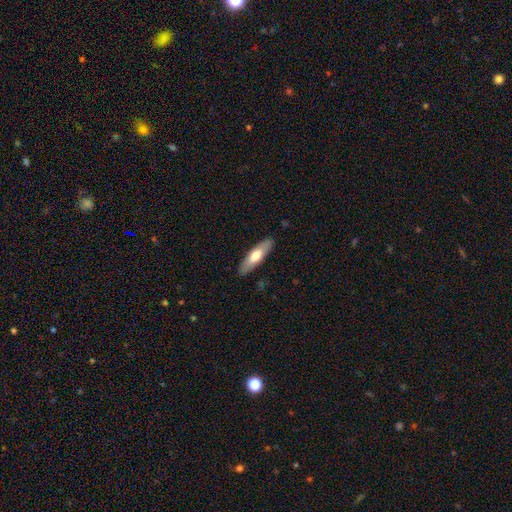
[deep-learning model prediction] smooth-or-featured: smooth: 63% | featured or disk: 32% | star or artifact: 5%
  how-rounded: cigar-shaped: 61% | in between: 37% | round: 2%
  merging: none: 88% | minor disturbance: 9% | major disturbance: 2% | merger: 1%